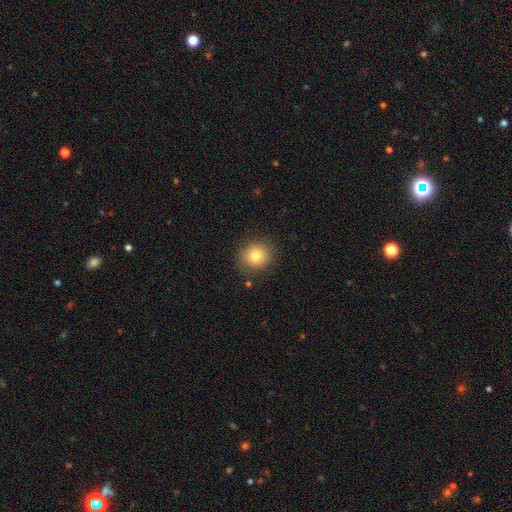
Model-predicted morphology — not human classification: type=smooth (80%); roundness=round (84%); merging=none (87%).